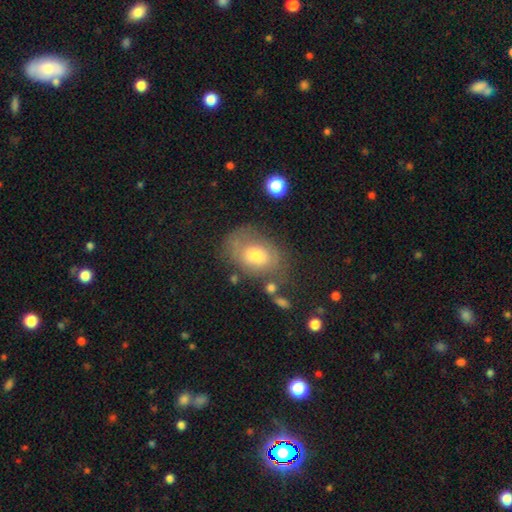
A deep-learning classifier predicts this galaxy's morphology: smooth-or-featured: smooth: 57% | featured or disk: 34% | star or artifact: 9%
  how-rounded: in between: 78% | round: 20% | cigar-shaped: 1%
  merging: none: 54% | minor disturbance: 24% | major disturbance: 16% | merger: 6%